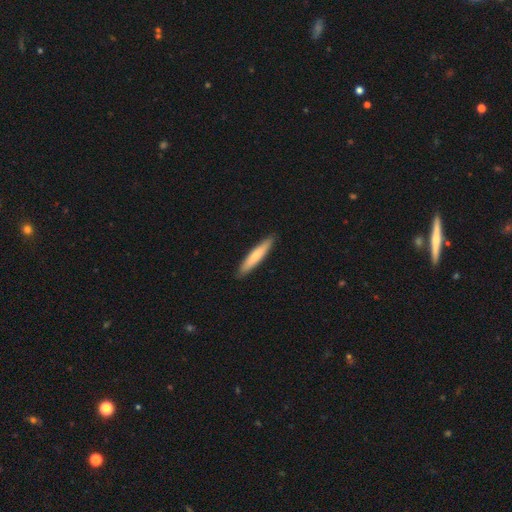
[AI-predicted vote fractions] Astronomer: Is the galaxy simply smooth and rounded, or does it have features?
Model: smooth — 67%.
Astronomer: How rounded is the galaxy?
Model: cigar-shaped — 91%.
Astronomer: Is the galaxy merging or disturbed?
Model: none — 91%.